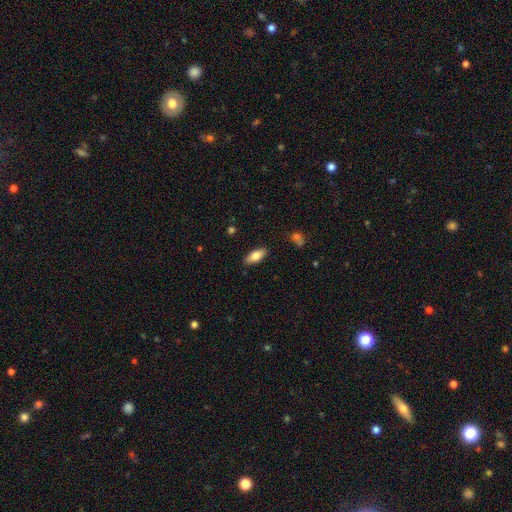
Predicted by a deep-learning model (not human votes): This appears to be a smooth galaxy with no disk features (77%) that is in between round and cigar-shaped (81%). Merging: none (87%).